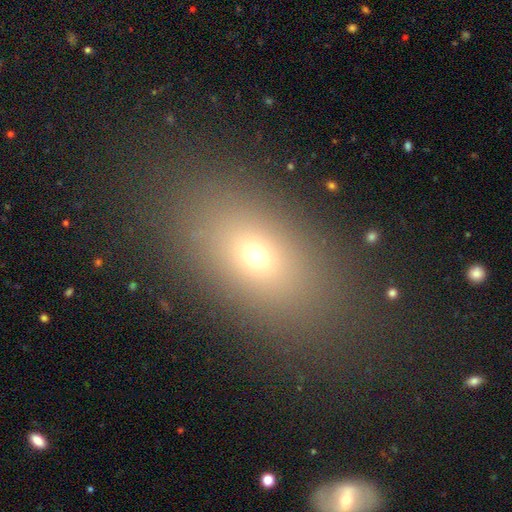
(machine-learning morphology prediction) Overall: smooth (67%). How rounded: in between (79%). Merging: none (83%).